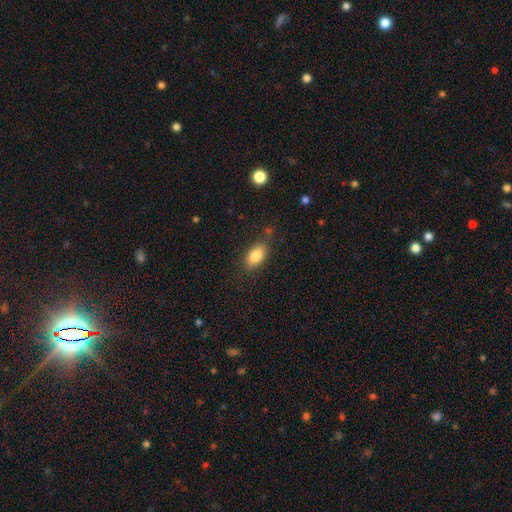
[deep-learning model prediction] Q: Smooth or featured?
A: smooth (82%); runner-up: featured or disk (10%)
Q: How rounded?
A: in between (89%); runner-up: round (6%)
Q: Merging?
A: none (79%); runner-up: minor disturbance (14%)